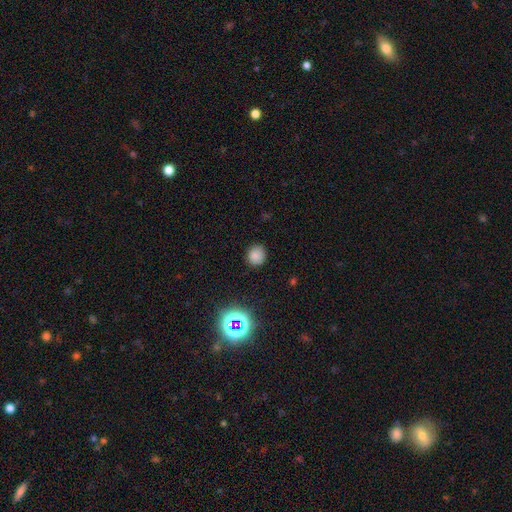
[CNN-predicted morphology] This is likely a smooth galaxy (78%). How rounded: clearly round (87%). Merging: clearly none (87%).